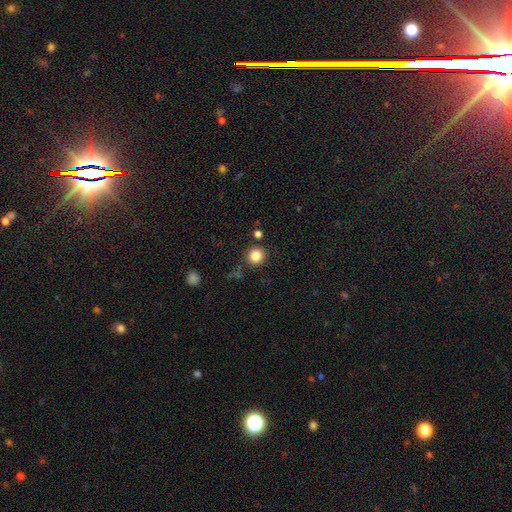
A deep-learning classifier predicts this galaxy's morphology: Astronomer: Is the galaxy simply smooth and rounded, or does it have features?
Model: smooth — 84%.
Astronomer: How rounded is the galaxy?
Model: round — 92%.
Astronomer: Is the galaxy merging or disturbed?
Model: none — 86%.